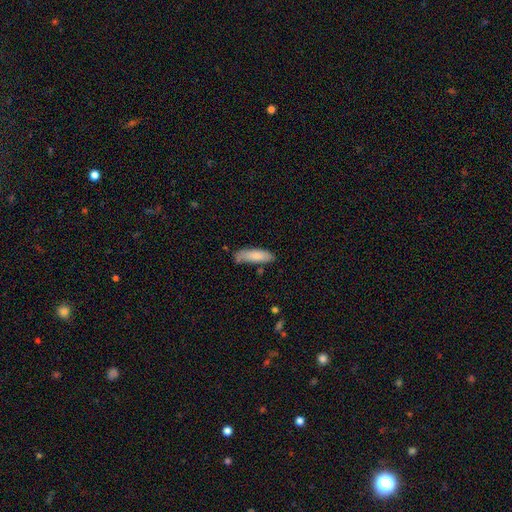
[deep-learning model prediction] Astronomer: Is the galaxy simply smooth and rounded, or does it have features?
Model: smooth — 81%.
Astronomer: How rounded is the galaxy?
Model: cigar-shaped — 54% (runner-up: in between, 44%).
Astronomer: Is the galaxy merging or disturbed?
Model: none — 67%.